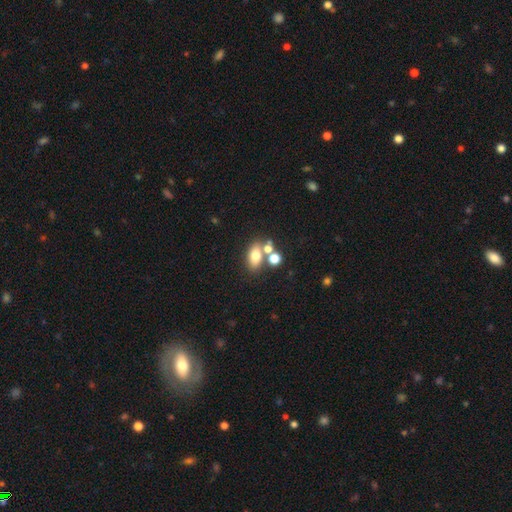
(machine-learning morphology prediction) smooth_or_featured: smooth (p=0.72) [alt: featured or disk p=0.15]
how_rounded: in between (p=0.78) [alt: round p=0.18]
merging: none (p=0.53) [alt: merger p=0.32]